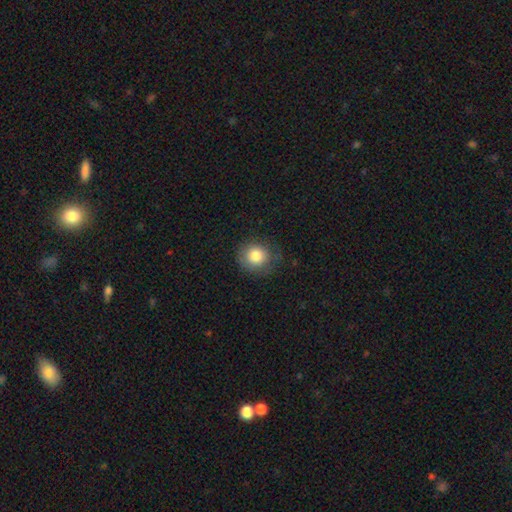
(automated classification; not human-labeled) The model was most divided on "merging": none: 76%, minor disturbance: 17%, major disturbance: 5%, merger: 1%. More confident: how rounded — round (86%); smooth or featured — smooth (82%).